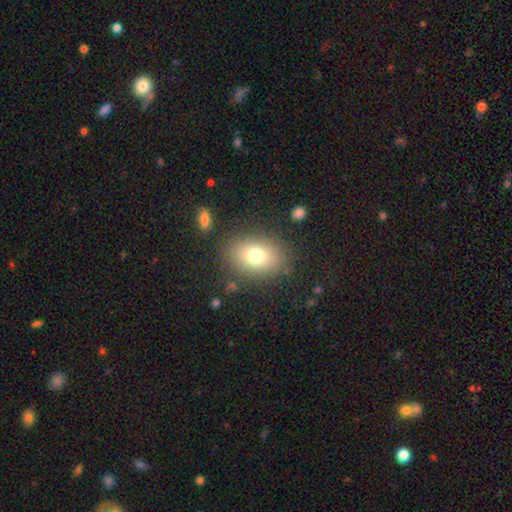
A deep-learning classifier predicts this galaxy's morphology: Smooth or featured?
  - smooth: 76% *
  - featured or disk: 13%
  - star or artifact: 11%
How rounded?
  - in between: 73% *
  - round: 26%
  - cigar-shaped: 1%
Merging?
  - none: 83% *
  - minor disturbance: 10%
  - major disturbance: 4%
  - merger: 2%